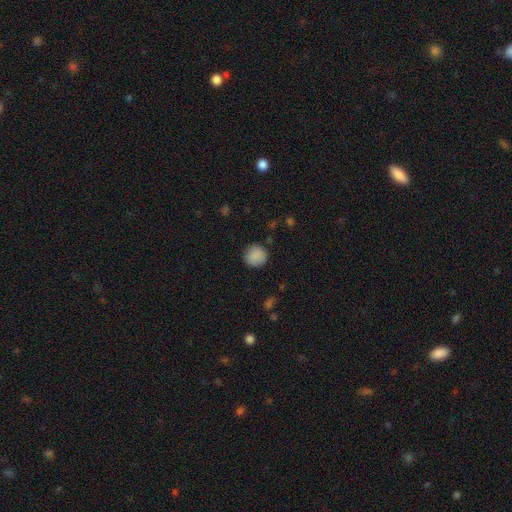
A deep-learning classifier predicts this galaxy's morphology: This appears to be a smooth galaxy with no disk features (88%) that is round (92%). Merging: none (88%).